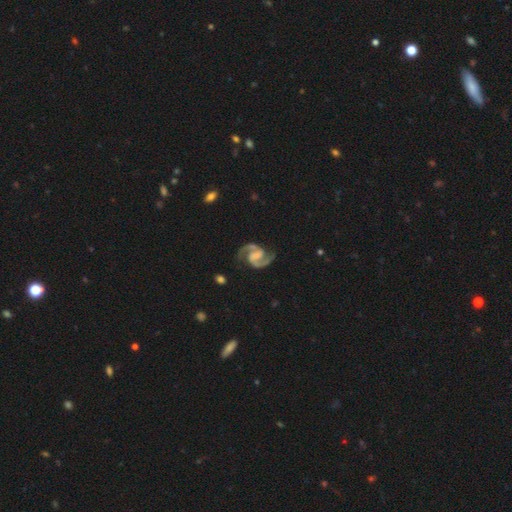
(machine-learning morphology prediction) smooth_or_featured: featured or disk (p=0.94) [alt: star or artifact p=0.03]
disk_edge_on: no (p=0.98) [alt: yes p=0.02]
bar: weak (p=0.44) [alt: strong p=0.30]
has_spiral_arms: yes (p=0.98) [alt: no p=0.02]
spiral_winding: medium (p=0.64) [alt: tight p=0.20]
spiral_arm_count: 2 (p=0.95) [alt: can't tell p=0.01]
bulge_size: none (p=0.56) [alt: small p=0.19]
merging: none (p=0.80) [alt: minor disturbance p=0.13]